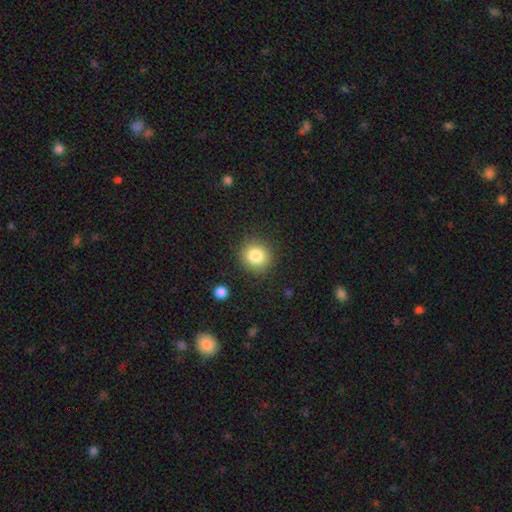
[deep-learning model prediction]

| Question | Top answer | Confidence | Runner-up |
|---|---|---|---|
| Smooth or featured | smooth | 83% | star or artifact (10%) |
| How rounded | round | 88% | in between (11%) |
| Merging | none | 88% | minor disturbance (8%) |